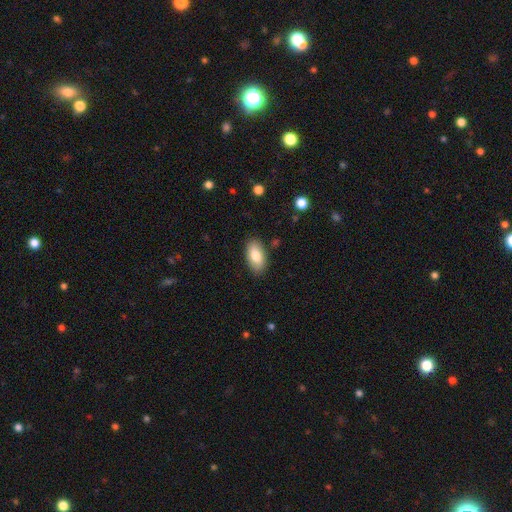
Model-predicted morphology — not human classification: smooth-or-featured: smooth: 81% | featured or disk: 12% | star or artifact: 7%
  how-rounded: in between: 93% | cigar-shaped: 4% | round: 3%
  merging: none: 87% | minor disturbance: 10% | major disturbance: 2% | merger: 1%